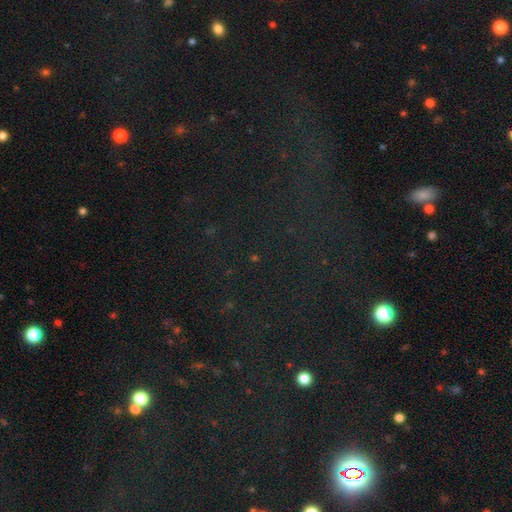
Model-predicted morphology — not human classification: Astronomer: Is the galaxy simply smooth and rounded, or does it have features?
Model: star or artifact — 73%.